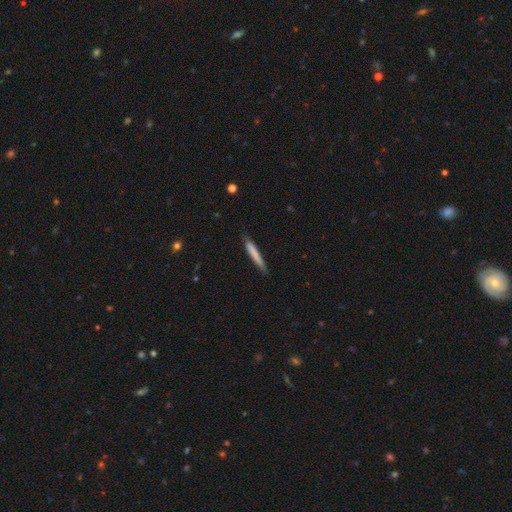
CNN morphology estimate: Smooth or featured: smooth — 74% (featured or disk — 20%)
How rounded: cigar-shaped — 96% (in between — 3%)
Merging: none — 88% (minor disturbance — 9%)